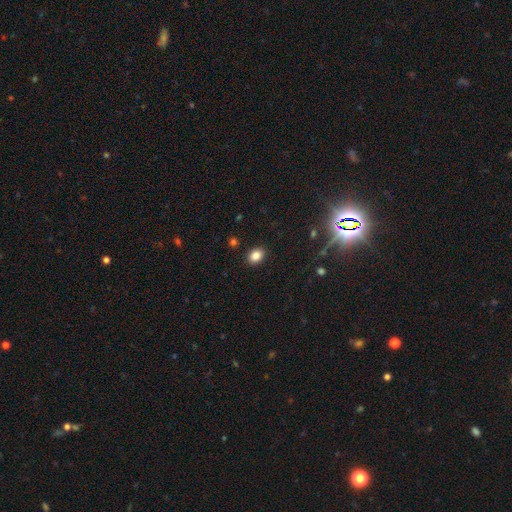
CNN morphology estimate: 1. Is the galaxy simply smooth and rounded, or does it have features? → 86% smooth, 10% star or artifact, 4% featured or disk.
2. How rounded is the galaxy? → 63% in between, 36% round, 1% cigar-shaped.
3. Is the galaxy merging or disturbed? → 89% none, 7% minor disturbance, 2% major disturbance, 1% merger.